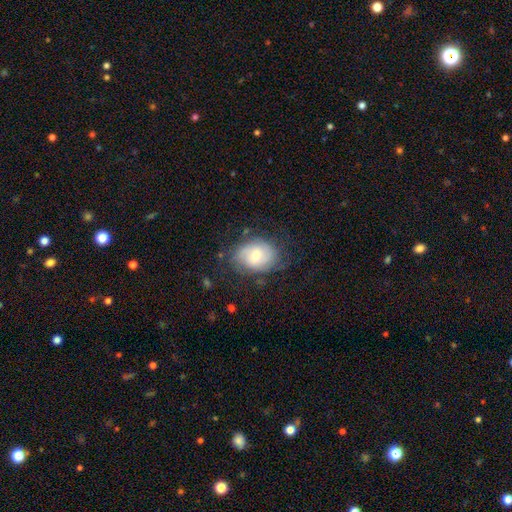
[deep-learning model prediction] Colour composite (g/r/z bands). It shows a smooth galaxy with no disk features (54%) that is in between round and cigar-shaped (65%). Merging: none (67%).